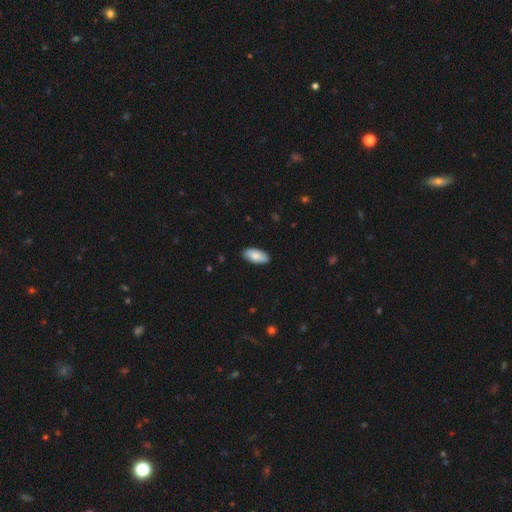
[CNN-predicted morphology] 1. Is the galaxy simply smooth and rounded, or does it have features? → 82% smooth, 12% featured or disk, 6% star or artifact.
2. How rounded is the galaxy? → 92% in between, 6% cigar-shaped, 2% round.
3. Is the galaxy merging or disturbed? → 88% none, 9% minor disturbance, 2% major disturbance, 1% merger.